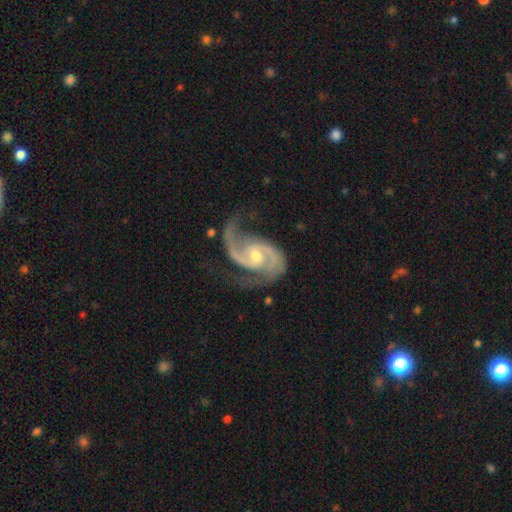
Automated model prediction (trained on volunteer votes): This is clearly a featured or disk galaxy (93%). It is clearly not viewed edge-on (98%). Bar: possibly no (54%). Spiral arm pattern: clearly yes (98%). Spiral arm count: clearly 2 (92%). Spiral winding: possibly medium (58%). Central bulge: possibly moderate (56%). Merging: likely none (68%).